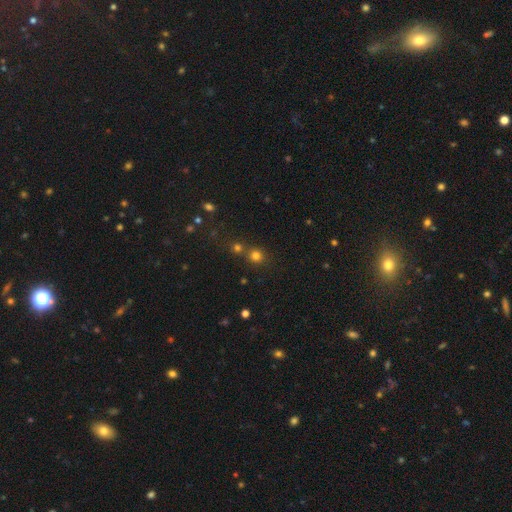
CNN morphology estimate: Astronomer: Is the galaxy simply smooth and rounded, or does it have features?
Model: smooth — 74%.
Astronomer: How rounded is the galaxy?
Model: round — 88%.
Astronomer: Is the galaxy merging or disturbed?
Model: none — 66%.